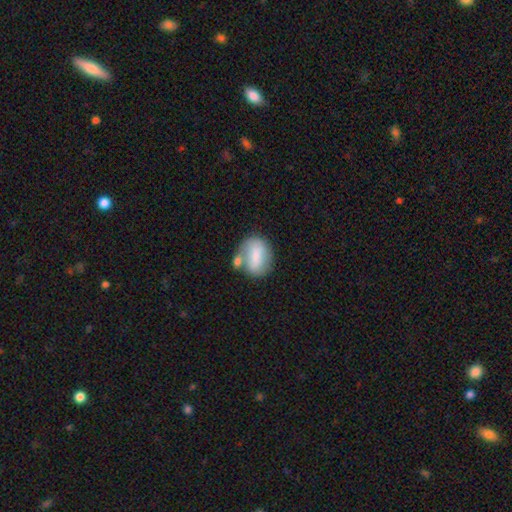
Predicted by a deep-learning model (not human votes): A smooth galaxy with no disk features (68%) that is in between round and cigar-shaped (61%).

Vote fractions:
- Smooth or featured? smooth: 68% / featured or disk: 25% / star or artifact: 7%
- How rounded? in between: 61% / round: 37% / cigar-shaped: 2%
- Merging? none: 45% / merger: 28% / minor disturbance: 19% / major disturbance: 8%